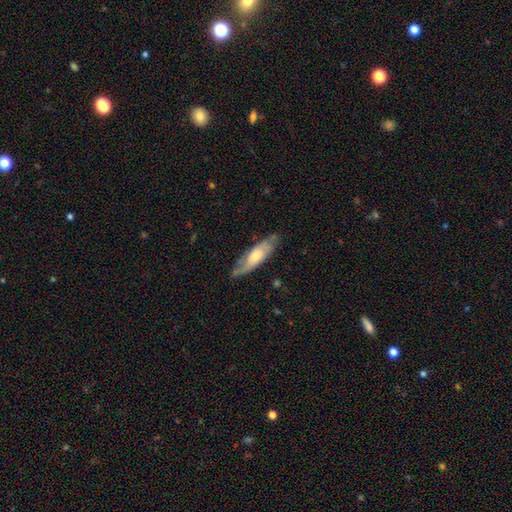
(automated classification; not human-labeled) This is possibly a featured or disk galaxy (58%). It is likely not viewed edge-on (64%). Merging: likely none (76%).